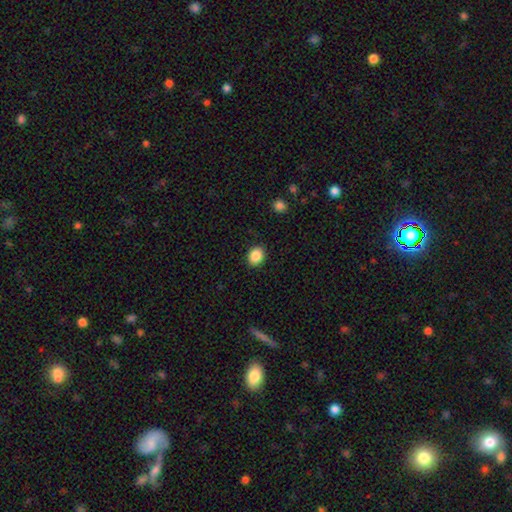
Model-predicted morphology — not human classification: smooth 87%, star or artifact 9%, featured or disk 4%. Down the decision tree: how rounded — round (57%); merging — none (90%).